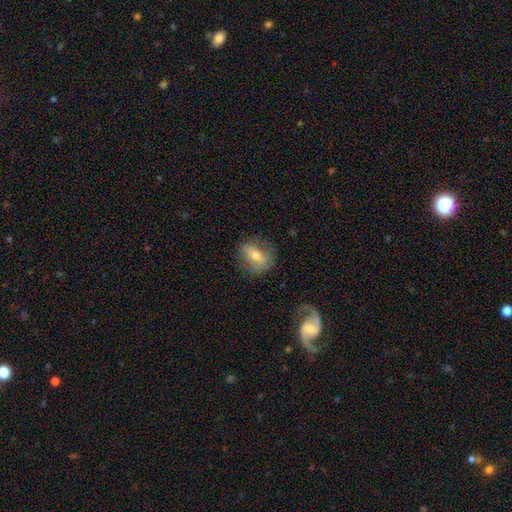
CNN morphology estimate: Smooth or featured? featured or disk (47%)
Merging? none (66%)